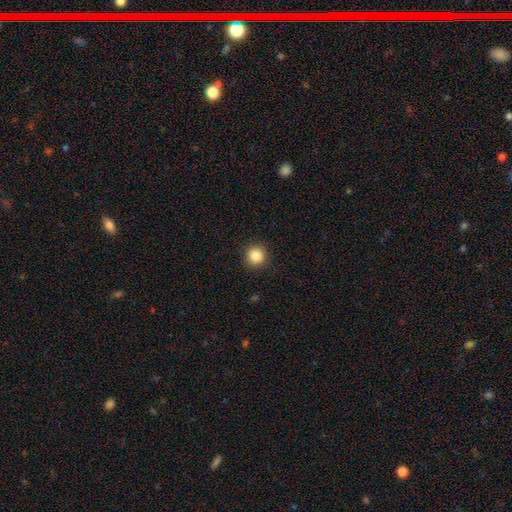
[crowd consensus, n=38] This is clearly a smooth galaxy (89%). How rounded: clearly round (97%). Merging: clearly none (89%).